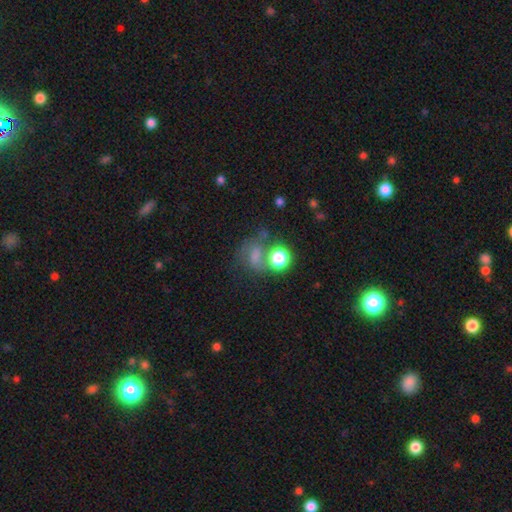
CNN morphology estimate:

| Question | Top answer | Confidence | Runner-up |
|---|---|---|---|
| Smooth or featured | smooth | 47% | star or artifact (31%) |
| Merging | none | 45% | merger (20%) |